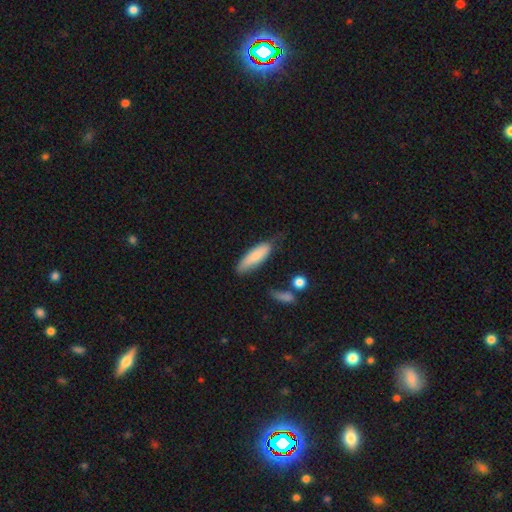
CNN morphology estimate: smooth 78%, featured or disk 16%, star or artifact 6%. Down the decision tree: how rounded — cigar-shaped (51%); merging — none (61%).